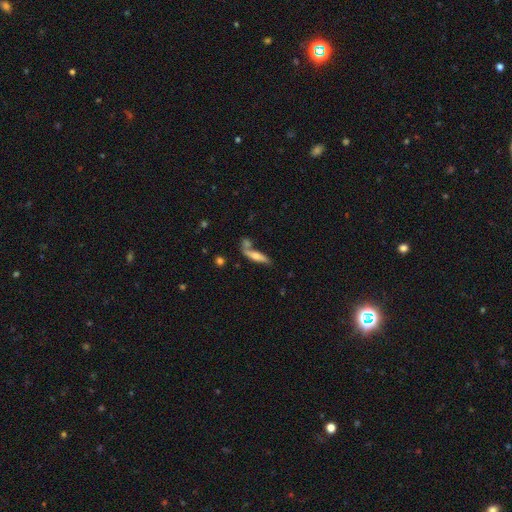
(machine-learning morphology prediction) type=smooth (53%); roundness=cigar-shaped (71%); merging=none (49%).